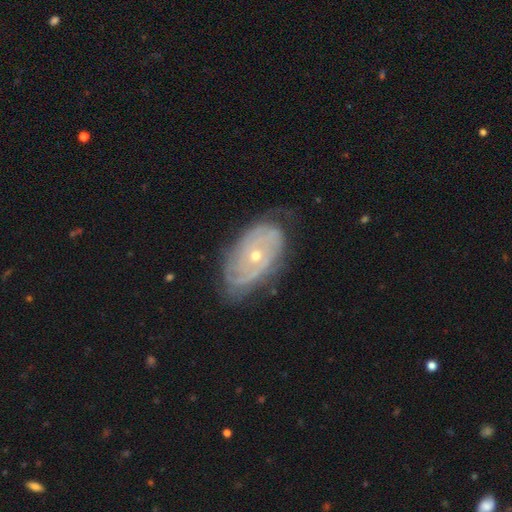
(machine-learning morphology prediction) smooth_or_featured: featured or disk (p=0.82) [alt: smooth p=0.12]
disk_edge_on: no (p=0.94) [alt: yes p=0.06]
bar: no (p=0.80) [alt: weak p=0.16]
has_spiral_arms: yes (p=0.90) [alt: no p=0.10]
spiral_winding: tight (p=0.74) [alt: medium p=0.20]
spiral_arm_count: can't tell (p=0.43) [alt: 2 p=0.25]
bulge_size: small (p=0.56) [alt: moderate p=0.41]
merging: none (p=0.69) [alt: minor disturbance p=0.22]